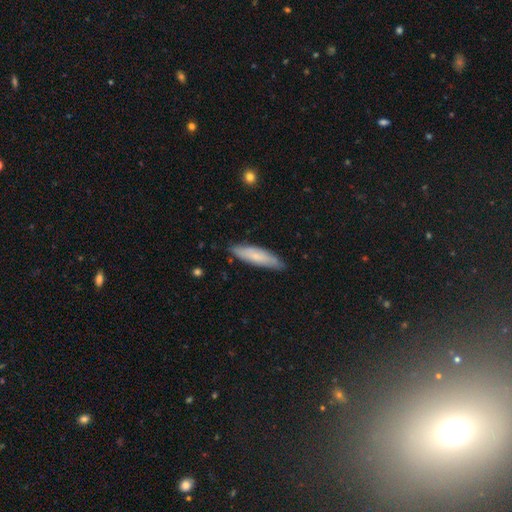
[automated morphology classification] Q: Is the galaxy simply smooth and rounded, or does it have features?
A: smooth — 72%.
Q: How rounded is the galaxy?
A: cigar-shaped — 68%.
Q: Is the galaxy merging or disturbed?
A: none — 82%.